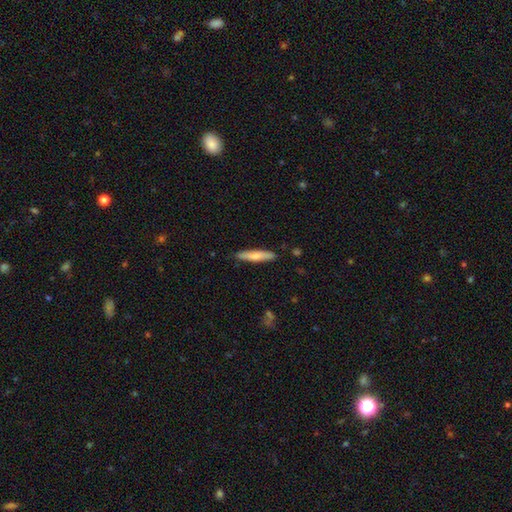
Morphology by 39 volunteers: Smooth or featured: smooth — 82% (featured or disk — 15%)
How rounded: cigar-shaped — 91% (in between — 9%)
Merging: none — 84% (minor disturbance — 11%)